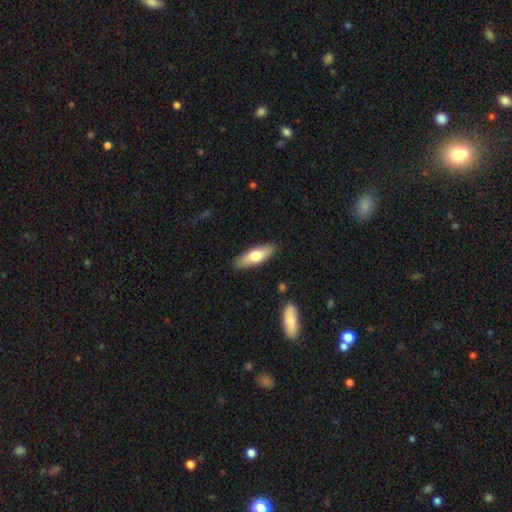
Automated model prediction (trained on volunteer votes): This is likely a smooth galaxy (66%). How rounded: possibly cigar-shaped (49%, tied with in between). Merging: clearly none (88%).